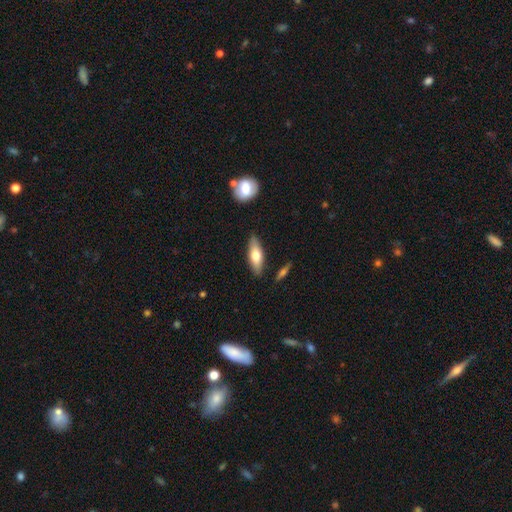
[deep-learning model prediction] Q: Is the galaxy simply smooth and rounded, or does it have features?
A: smooth — 65%.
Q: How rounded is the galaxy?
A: in between — 60%.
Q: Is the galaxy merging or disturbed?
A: none — 84%.